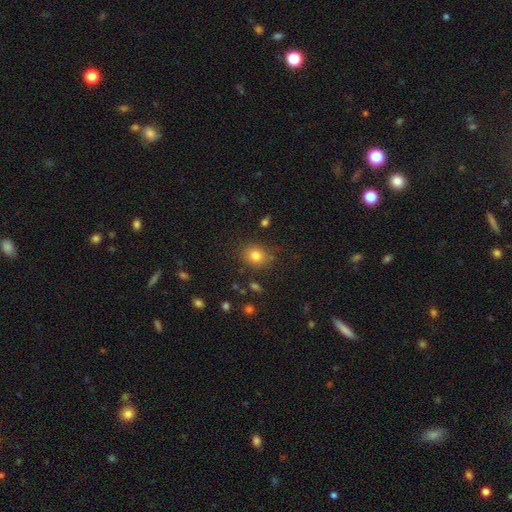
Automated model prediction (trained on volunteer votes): smooth-or-featured: smooth: 81% | star or artifact: 12% | featured or disk: 7%
  how-rounded: round: 64% | in between: 35% | cigar-shaped: 1%
  merging: none: 82% | minor disturbance: 12% | major disturbance: 3% | merger: 3%